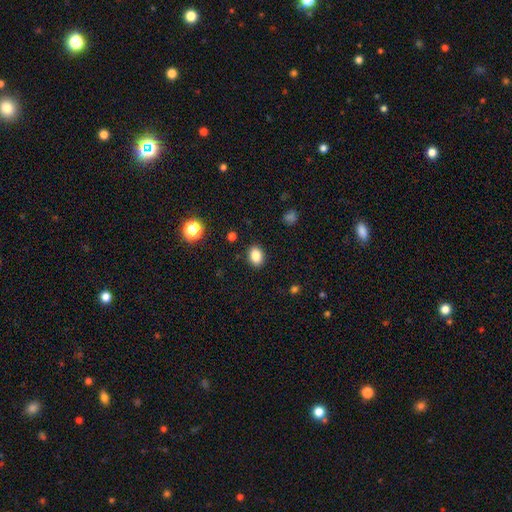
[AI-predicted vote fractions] A smooth galaxy with no disk features (86%) that is in between round and cigar-shaped (73%).

Vote fractions:
- Smooth or featured? smooth: 86% / star or artifact: 10% / featured or disk: 4%
- How rounded? in between: 73% / round: 26% / cigar-shaped: 1%
- Merging? none: 88% / minor disturbance: 8% / major disturbance: 2% / merger: 1%